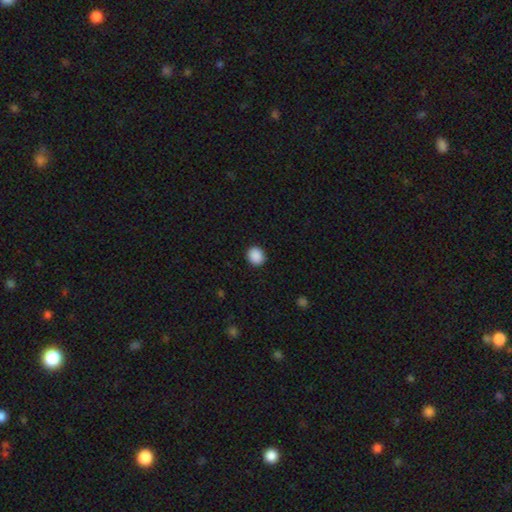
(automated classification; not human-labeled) Q: Smooth or featured?
A: smooth (90%); runner-up: star or artifact (8%)
Q: How rounded?
A: round (78%); runner-up: in between (21%)
Q: Merging?
A: none (92%); runner-up: minor disturbance (5%)